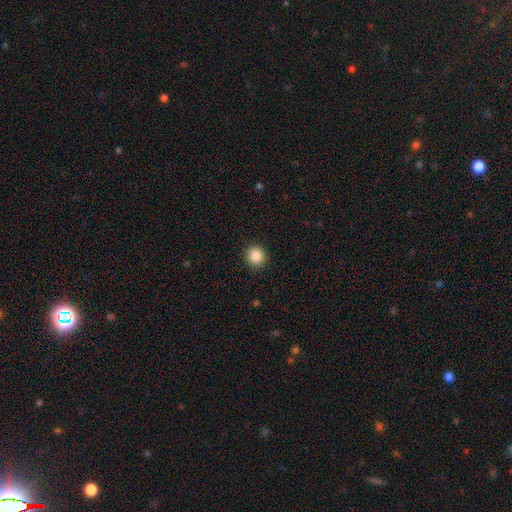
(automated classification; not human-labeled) Smooth or featured? Predicted: smooth (p=0.86). How rounded? Predicted: round (p=0.91). Merging? Predicted: none (p=0.91).